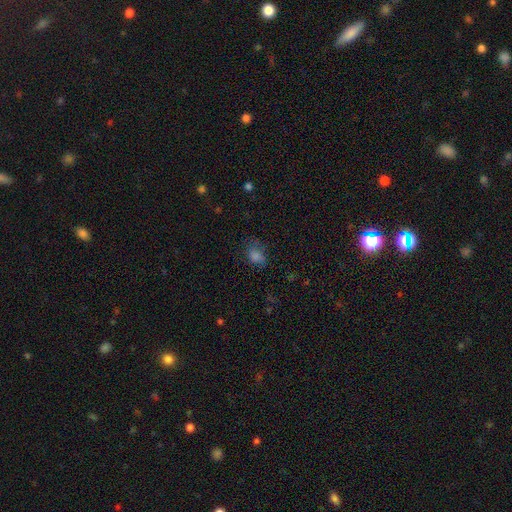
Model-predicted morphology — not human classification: Smooth or featured?
  - smooth: 73% *
  - star or artifact: 18%
  - featured or disk: 9%
How rounded?
  - in between: 72% *
  - round: 26%
  - cigar-shaped: 2%
Merging?
  - none: 59% *
  - minor disturbance: 26%
  - major disturbance: 13%
  - merger: 2%